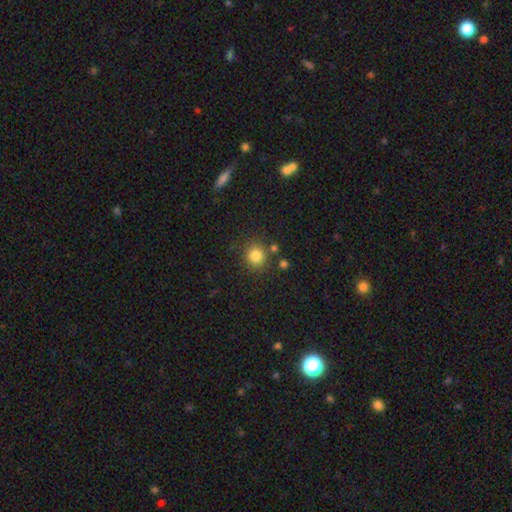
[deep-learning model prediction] A smooth galaxy with no disk features (82%) that is round (88%). Merging: none (81%).